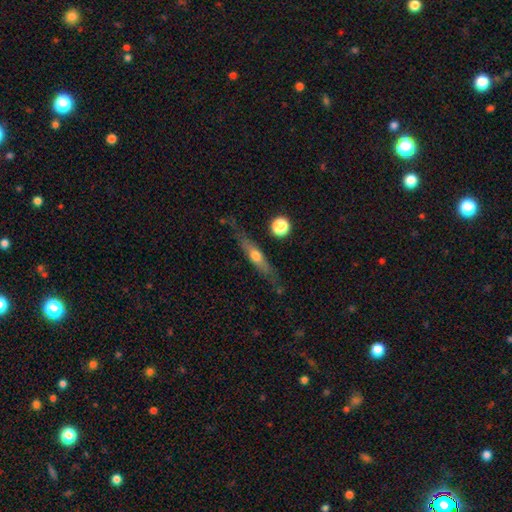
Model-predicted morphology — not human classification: Smooth or featured: featured or disk — 55% (smooth — 38%)
Edge-on disk: yes — 88% (no — 12%)
Merging: none — 73% (minor disturbance — 18%)